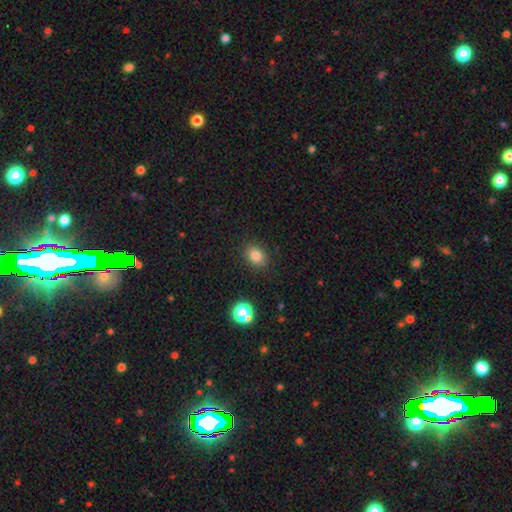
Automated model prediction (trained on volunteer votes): smooth-or-featured: smooth: 82% | star or artifact: 12% | featured or disk: 6%
  how-rounded: in between: 54% | round: 45% | cigar-shaped: 1%
  merging: none: 88% | minor disturbance: 8% | major disturbance: 3% | merger: 1%